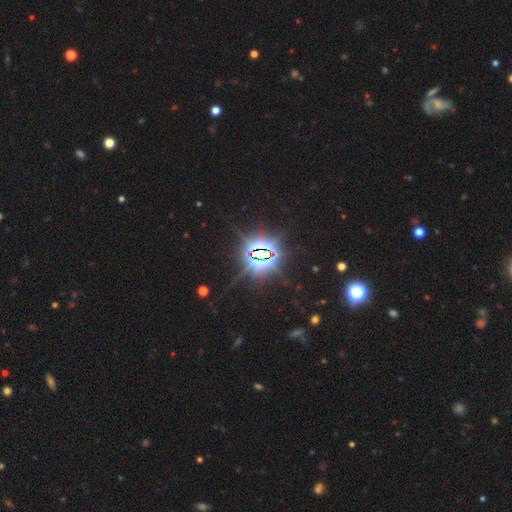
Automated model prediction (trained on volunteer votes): This appears to be a star or artifact, not a galaxy (86%).